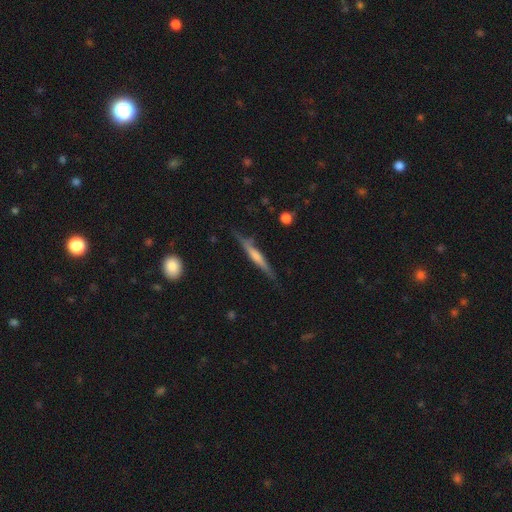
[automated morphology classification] smooth_or_featured: featured or disk (p=0.56) [alt: smooth p=0.38]
disk_edge_on: yes (p=0.94) [alt: no p=0.06]
edge_on_bulge: rounded (p=0.43) [alt: none p=0.38]
merging: none (p=0.76) [alt: minor disturbance p=0.18]